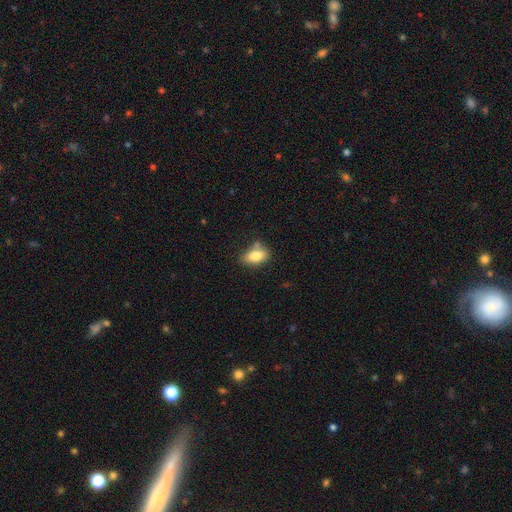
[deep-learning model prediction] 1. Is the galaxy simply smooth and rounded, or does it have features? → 82% smooth, 10% featured or disk, 8% star or artifact.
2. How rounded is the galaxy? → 87% in between, 9% round, 4% cigar-shaped.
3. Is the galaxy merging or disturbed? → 58% none, 24% minor disturbance, 12% merger, 6% major disturbance.